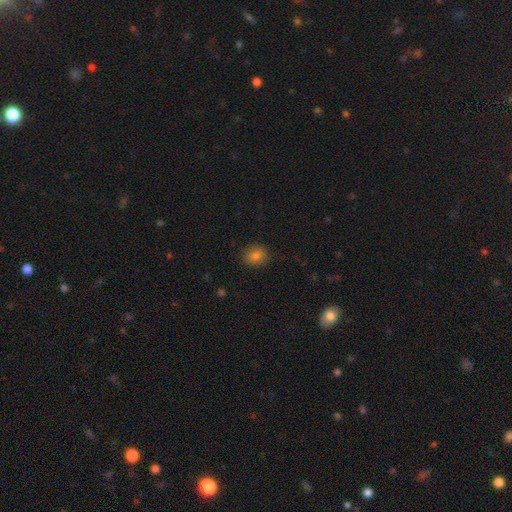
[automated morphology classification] A smooth galaxy with no disk features (80%) that is round (73%). Merging: none (88%).